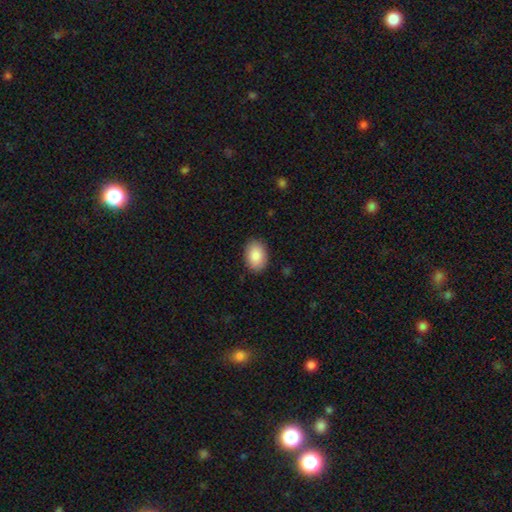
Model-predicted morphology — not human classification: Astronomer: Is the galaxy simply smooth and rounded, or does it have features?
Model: smooth — 88%.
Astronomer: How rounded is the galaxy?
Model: in between — 82%.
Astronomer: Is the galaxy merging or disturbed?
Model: none — 87%.